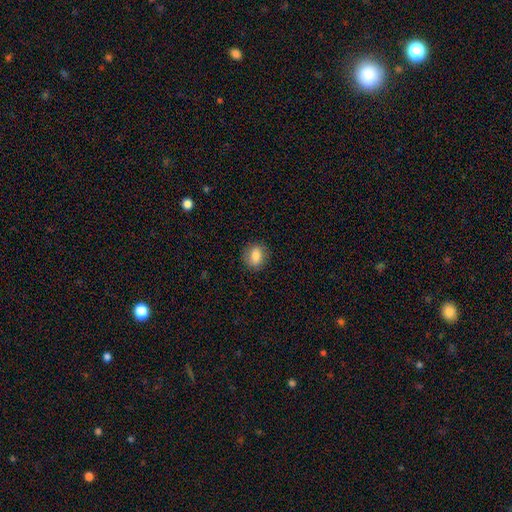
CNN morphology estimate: smooth-or-featured: smooth: 81% | featured or disk: 10% | star or artifact: 9%
  how-rounded: round: 63% | in between: 35% | cigar-shaped: 1%
  merging: none: 86% | minor disturbance: 10% | major disturbance: 3% | merger: 1%